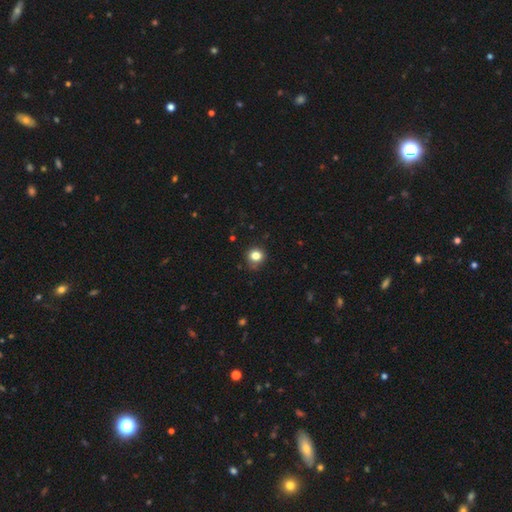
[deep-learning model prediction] Q: Smooth or featured?
A: smooth (82%); runner-up: star or artifact (12%)
Q: How rounded?
A: round (85%); runner-up: in between (14%)
Q: Merging?
A: none (81%); runner-up: minor disturbance (14%)